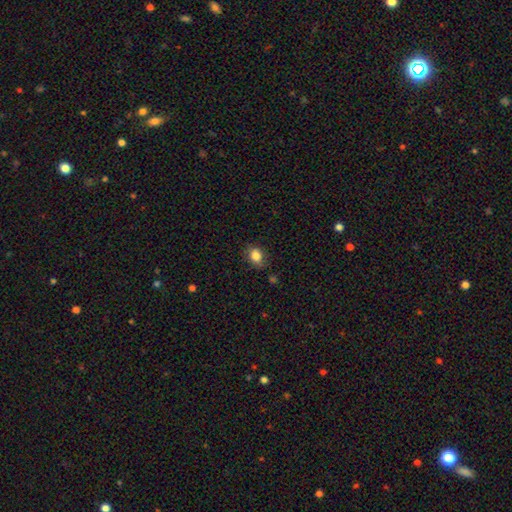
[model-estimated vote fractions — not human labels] This is clearly a smooth galaxy (84%). How rounded: likely in between (63%). Merging: likely none (77%).